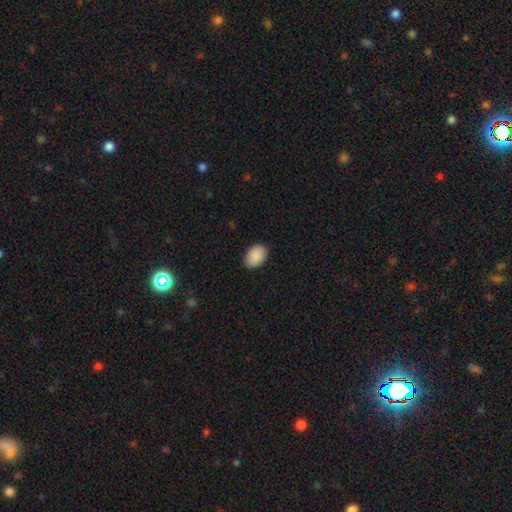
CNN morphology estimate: smooth_or_featured: smooth (p=0.90) [alt: star or artifact p=0.07]
how_rounded: in between (p=0.83) [alt: round p=0.16]
merging: none (p=0.86) [alt: minor disturbance p=0.10]